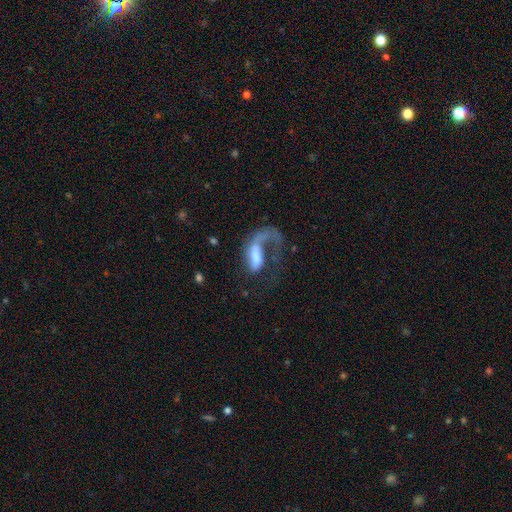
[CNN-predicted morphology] This is possibly a featured or disk galaxy (60%). It is clearly not viewed edge-on (95%). Bar: possibly no (49%). Spiral arm pattern: likely yes (76%). Central bulge: marginally moderate (30%). Merging: likely major disturbance (63%).